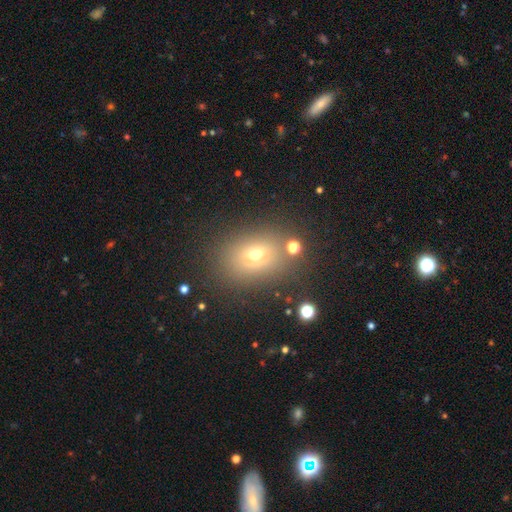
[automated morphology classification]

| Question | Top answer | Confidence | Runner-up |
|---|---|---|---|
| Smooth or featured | smooth | 62% | star or artifact (22%) |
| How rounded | in between | 57% | round (41%) |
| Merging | none | 77% | minor disturbance (11%) |